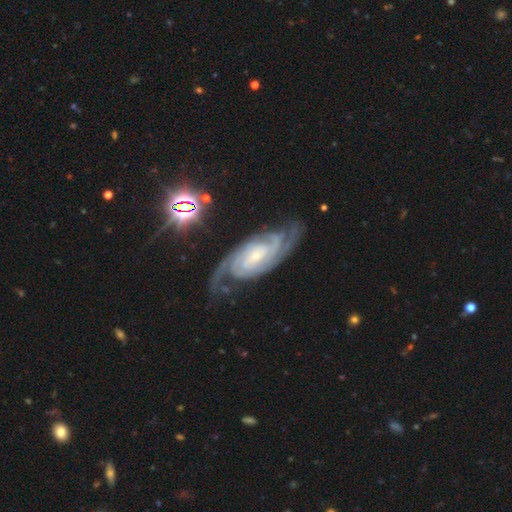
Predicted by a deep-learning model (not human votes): smooth_or_featured: featured or disk (p=0.90) [alt: star or artifact p=0.06]
disk_edge_on: no (p=0.95) [alt: yes p=0.05]
bar: no (p=0.46) [alt: weak p=0.36]
has_spiral_arms: yes (p=0.98) [alt: no p=0.02]
spiral_winding: tight (p=0.63) [alt: medium p=0.32]
spiral_arm_count: 2 (p=0.54) [alt: 3 p=0.17]
bulge_size: small (p=0.75) [alt: moderate p=0.19]
merging: none (p=0.73) [alt: minor disturbance p=0.17]